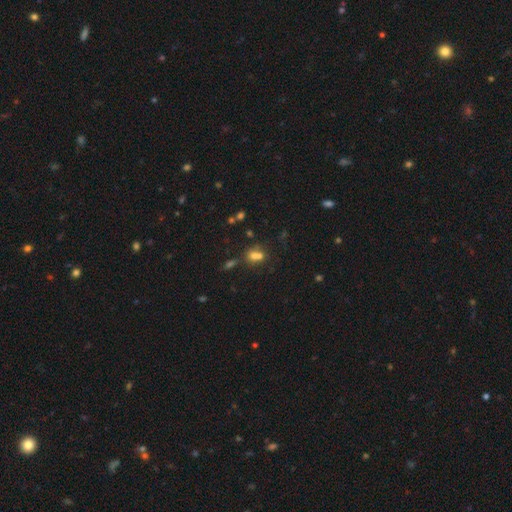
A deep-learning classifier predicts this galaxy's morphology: type=smooth (63%); roundness=round (58%); merging=merger (49%).